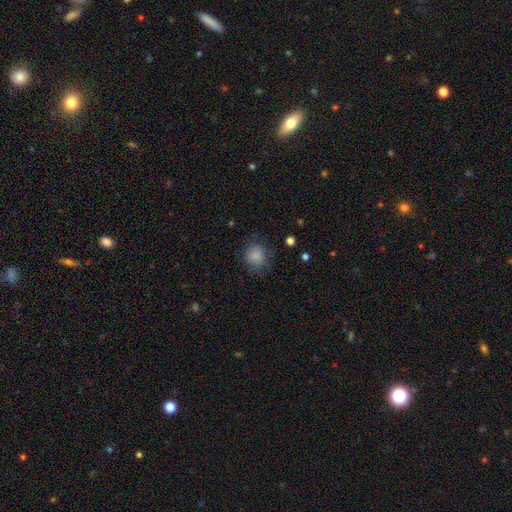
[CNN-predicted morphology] Smooth or featured: smooth — 84% (star or artifact — 10%)
How rounded: round — 83% (in between — 16%)
Merging: none — 74% (minor disturbance — 18%)